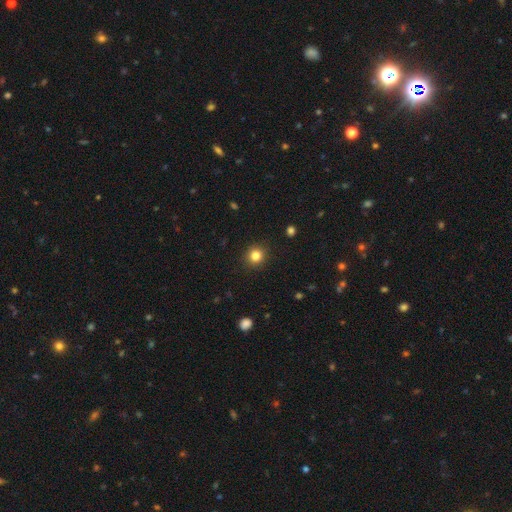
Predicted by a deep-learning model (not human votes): smooth 83%, star or artifact 12%, featured or disk 5%. Down the decision tree: how rounded — round (89%); merging — none (91%).